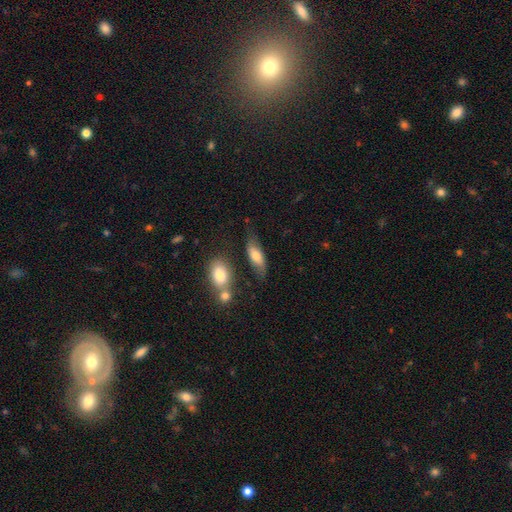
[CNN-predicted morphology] Overall: smooth (65%; featured or disk 27%). How rounded: in between (71%). Merging: none (60%; minor disturbance 22%).